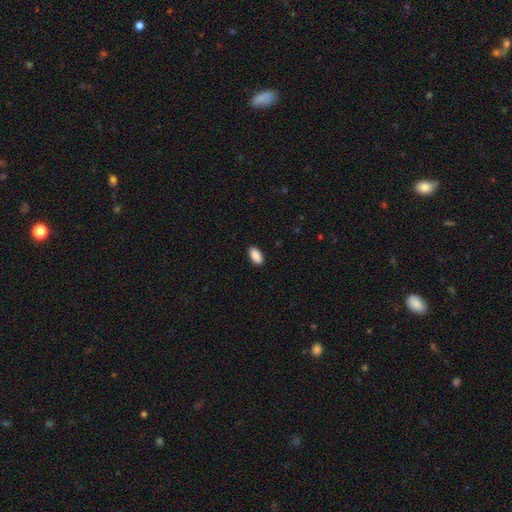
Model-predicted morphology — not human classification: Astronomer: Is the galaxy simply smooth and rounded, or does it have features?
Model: smooth — 90%.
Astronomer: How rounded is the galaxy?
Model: in between — 94%.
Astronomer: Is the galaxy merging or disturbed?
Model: none — 89%.